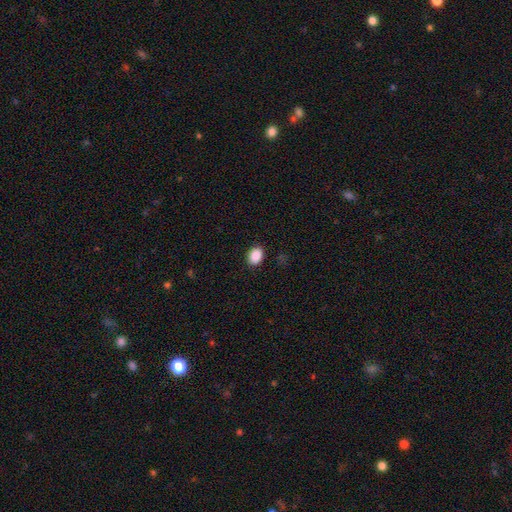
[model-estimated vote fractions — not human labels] A smooth galaxy with no disk features (89%) that is in between round and cigar-shaped (69%).

Vote fractions:
- Smooth or featured? smooth: 89% / star or artifact: 8% / featured or disk: 3%
- How rounded? in between: 69% / round: 30% / cigar-shaped: 1%
- Merging? none: 89% / minor disturbance: 8% / major disturbance: 2% / merger: 1%